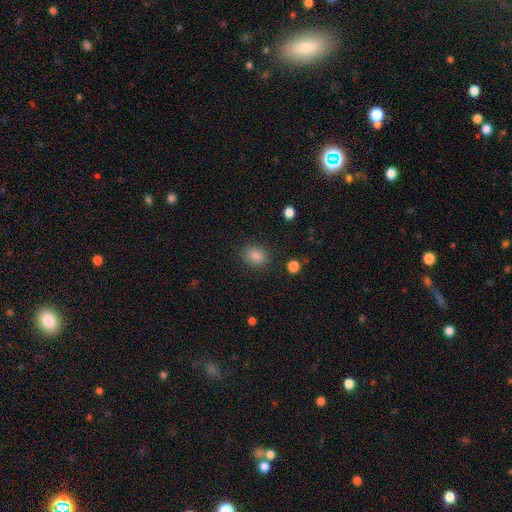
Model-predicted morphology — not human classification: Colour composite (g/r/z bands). It shows a smooth galaxy with no disk features (84%) that is round (57%). Merging: none (87%).